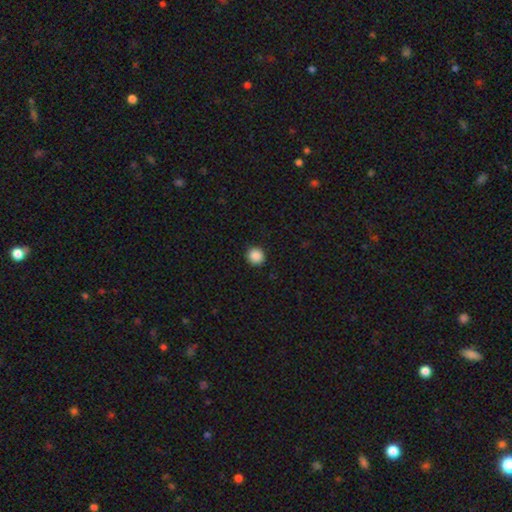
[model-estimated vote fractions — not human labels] A smooth galaxy with no disk features (89%) that is round (92%).

Vote fractions:
- Smooth or featured? smooth: 89% / star or artifact: 9% / featured or disk: 2%
- How rounded? round: 92% / in between: 7% / cigar-shaped: 1%
- Merging? none: 92% / minor disturbance: 5% / major disturbance: 2% / merger: 1%